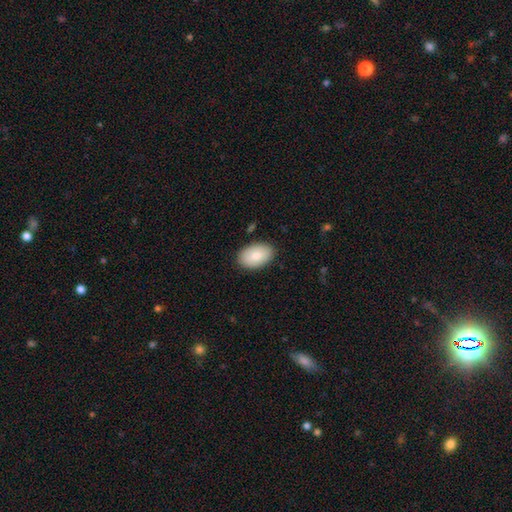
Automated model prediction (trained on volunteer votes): This appears to be a smooth galaxy with no disk features (84%) that is in between round and cigar-shaped (92%). Merging: none (87%).